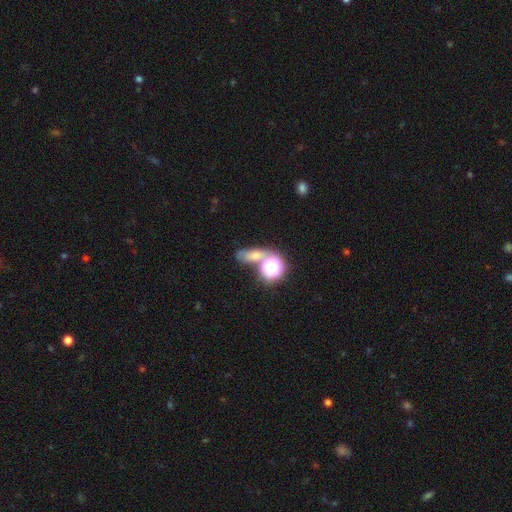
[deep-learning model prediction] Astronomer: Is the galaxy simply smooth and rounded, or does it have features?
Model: smooth — 54% (runner-up: star or artifact, 30%).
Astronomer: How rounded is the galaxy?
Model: in between — 51% (runner-up: round, 39%).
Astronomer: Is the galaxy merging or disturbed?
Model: none — 47% (runner-up: merger, 31%).